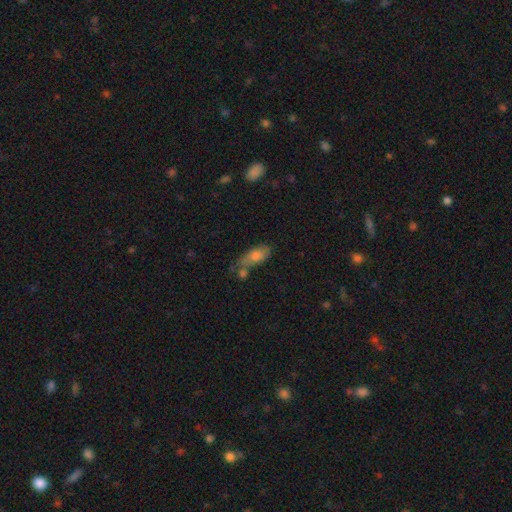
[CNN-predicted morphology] type=smooth (75%); roundness=in between (79%); merging=none (44%).